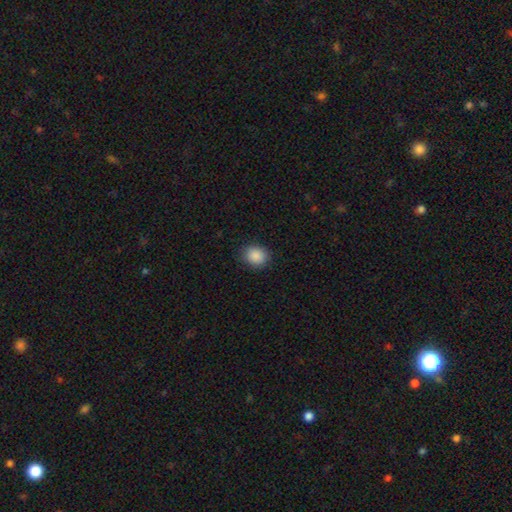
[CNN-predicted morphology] Overall: smooth (89%). How rounded: round (62%; in between 37%). Merging: none (88%).